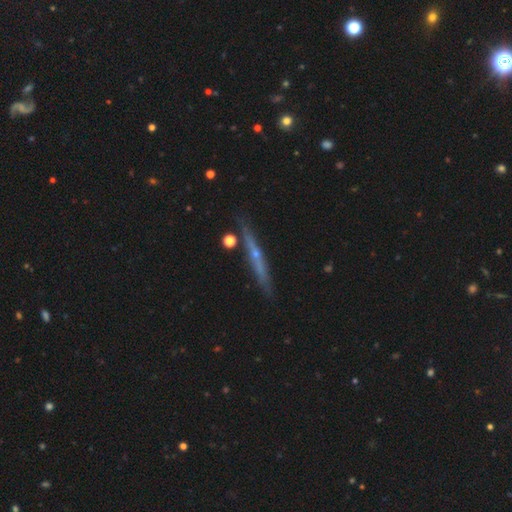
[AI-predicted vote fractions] Smooth or featured?
  - featured or disk: 67% *
  - smooth: 25%
  - star or artifact: 8%
Edge-on disk?
  - yes: 95% *
  - no: 5%
Edge-on bulge?
  - rounded: 56% *
  - none: 40%
  - boxy: 4%
Merging?
  - none: 84% *
  - minor disturbance: 11%
  - merger: 3%
  - major disturbance: 2%